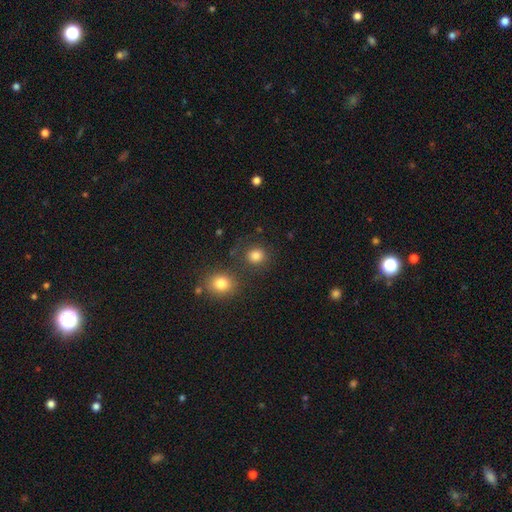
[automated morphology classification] Q: Smooth or featured?
A: smooth (82%); runner-up: star or artifact (13%)
Q: How rounded?
A: round (84%); runner-up: in between (15%)
Q: Merging?
A: none (77%); runner-up: merger (9%)